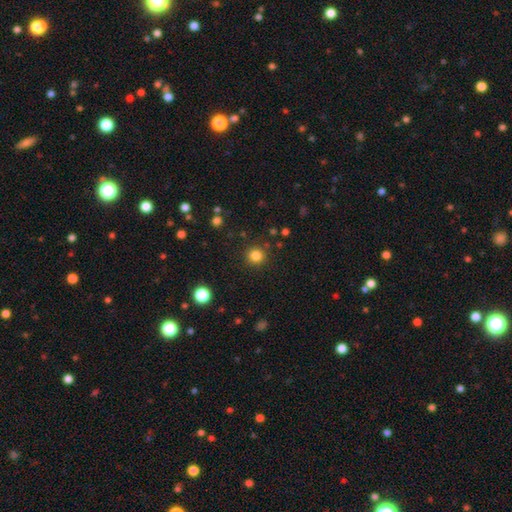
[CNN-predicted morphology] Smooth or featured: smooth — 83% (star or artifact — 13%)
How rounded: round — 94% (in between — 5%)
Merging: none — 89% (minor disturbance — 6%)